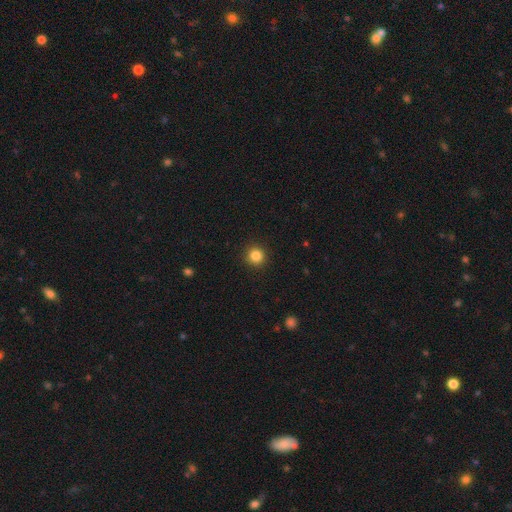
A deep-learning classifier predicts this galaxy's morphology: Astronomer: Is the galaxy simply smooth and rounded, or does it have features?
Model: smooth — 85%.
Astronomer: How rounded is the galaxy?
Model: round — 95%.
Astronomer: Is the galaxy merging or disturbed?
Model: none — 92%.